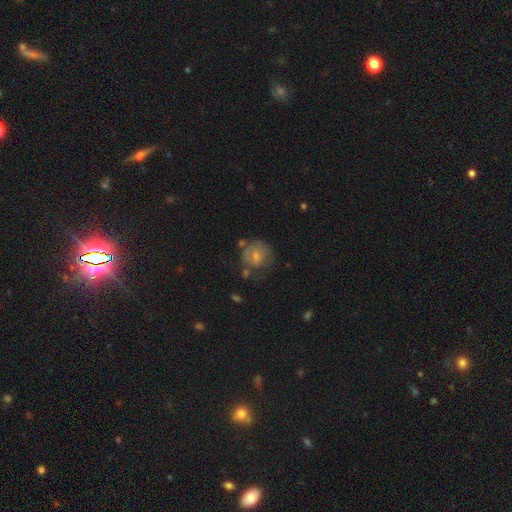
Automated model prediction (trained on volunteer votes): A smooth galaxy with no disk features (56%) that is round (79%). Merging: none (51%).